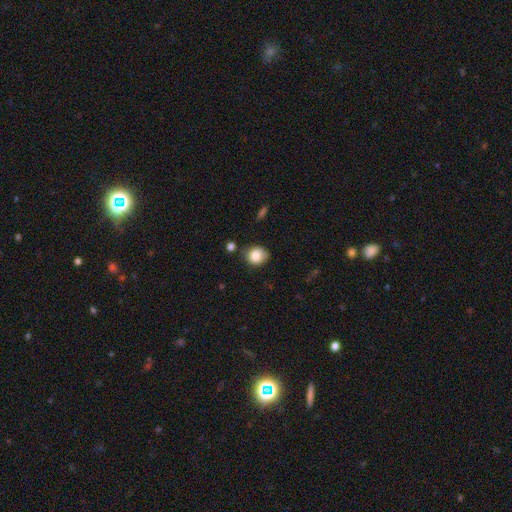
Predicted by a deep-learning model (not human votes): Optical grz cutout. It shows a smooth galaxy with no disk features (83%) that is round (76%). Merging: none (68%).